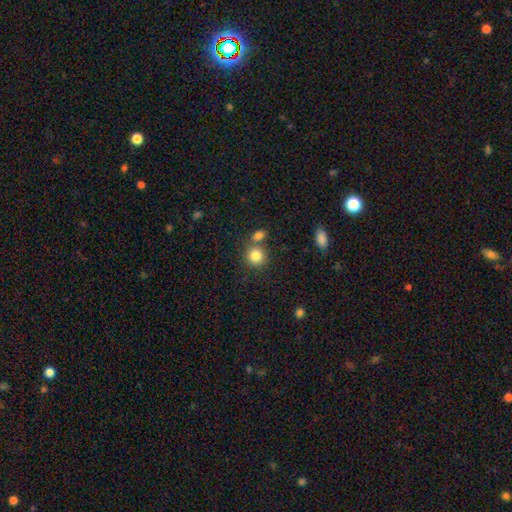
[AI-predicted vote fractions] Smooth or featured: smooth — 84% (star or artifact — 10%)
How rounded: round — 85% (in between — 14%)
Merging: none — 63% (merger — 25%)